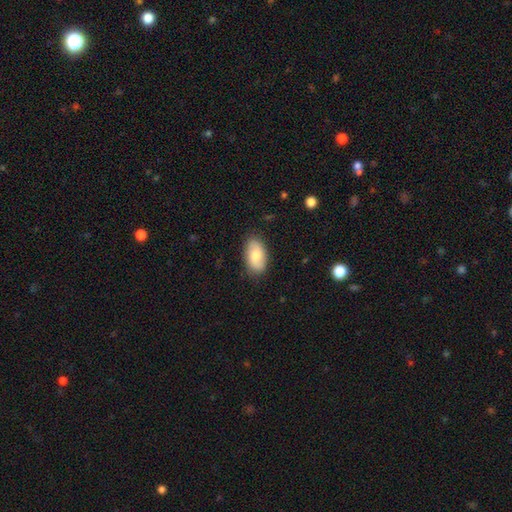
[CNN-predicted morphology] Q: Smooth or featured?
A: smooth (68%); runner-up: featured or disk (25%)
Q: How rounded?
A: in between (93%); runner-up: round (5%)
Q: Merging?
A: none (85%); runner-up: minor disturbance (12%)